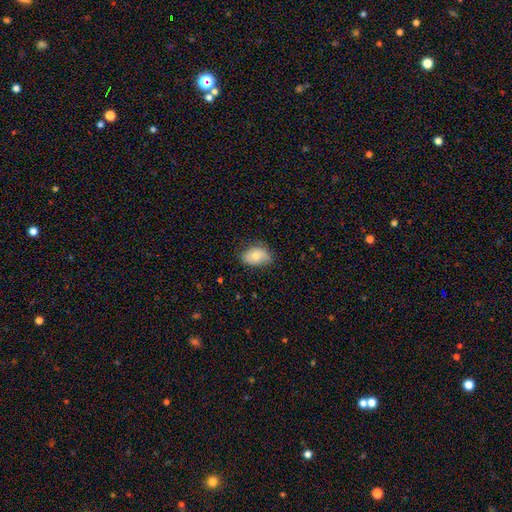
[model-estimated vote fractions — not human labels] smooth 74%, featured or disk 18%, star or artifact 8%. Down the decision tree: how rounded — in between (85%); merging — none (68%).